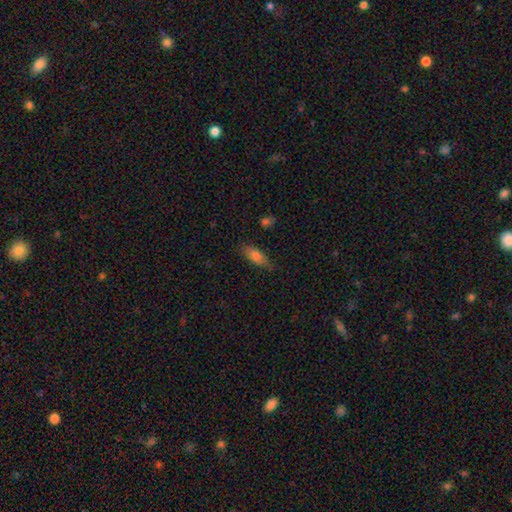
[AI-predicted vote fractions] The model was most divided on "how rounded": in between: 69%, cigar-shaped: 28%, round: 3%. More confident: smooth or featured — smooth (78%); merging — none (75%).